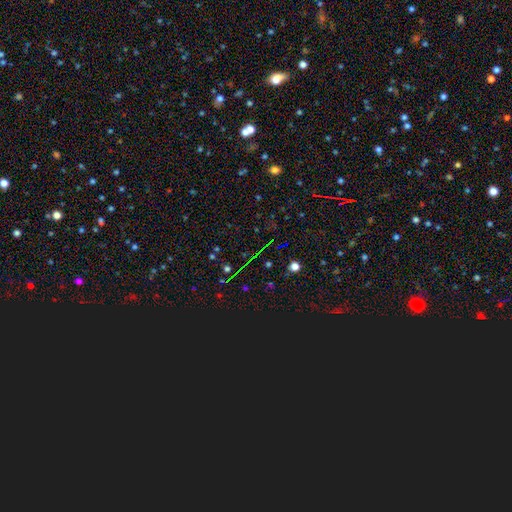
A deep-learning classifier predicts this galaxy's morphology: Smooth or featured: star or artifact — 77% (smooth — 16%)